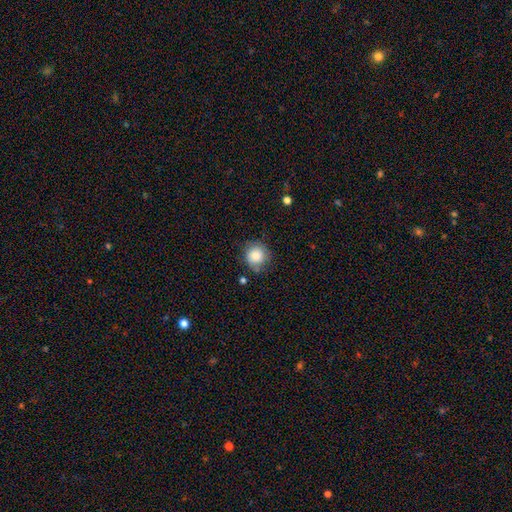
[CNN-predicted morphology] Smooth or featured? smooth (84%)
How rounded? round (90%)
Merging? none (76%)